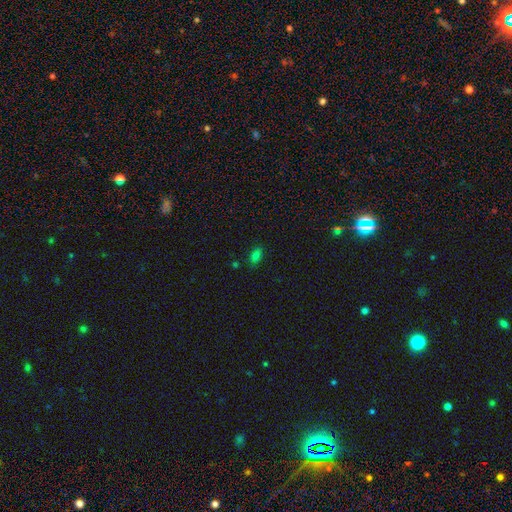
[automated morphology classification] This is likely a smooth galaxy (75%). How rounded: clearly in between (88%). Merging: clearly none (82%).